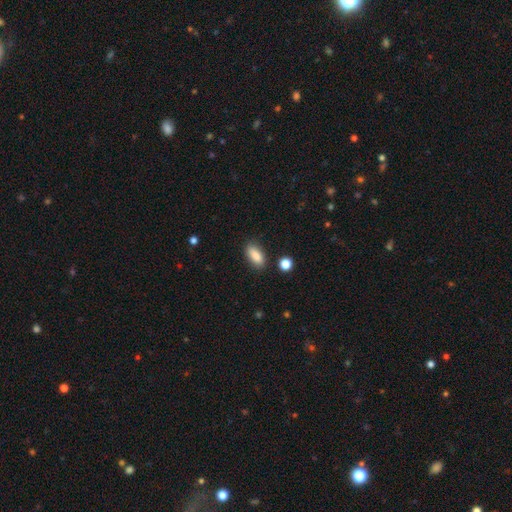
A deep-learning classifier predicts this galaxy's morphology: smooth_or_featured: smooth (p=0.87) [alt: star or artifact p=0.08]
how_rounded: in between (p=0.87) [alt: cigar-shaped p=0.10]
merging: none (p=0.82) [alt: minor disturbance p=0.13]